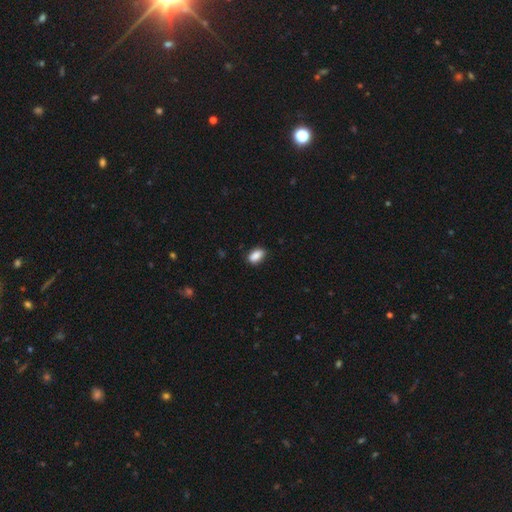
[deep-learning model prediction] This is clearly a smooth galaxy (88%). How rounded: clearly in between (90%). Merging: clearly none (83%).